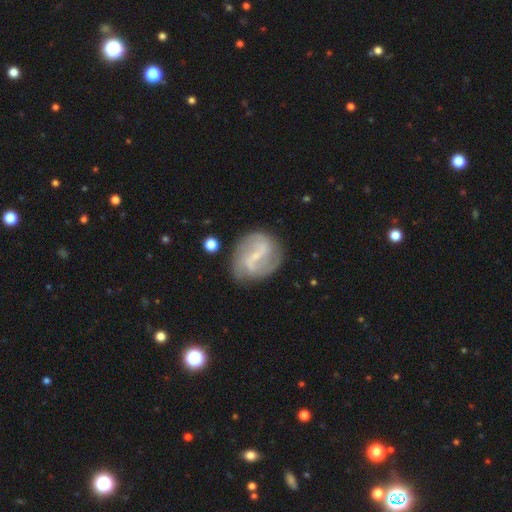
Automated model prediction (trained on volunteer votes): Q: Smooth or featured?
A: featured or disk (81%); runner-up: smooth (13%)
Q: Edge-on disk?
A: no (97%); runner-up: yes (3%)
Q: Bar?
A: weak (47%); runner-up: strong (38%)
Q: Spiral arms?
A: yes (92%); runner-up: no (8%)
Q: Spiral winding?
A: loose (42%); runner-up: medium (41%)
Q: Spiral arm count?
A: 2 (82%); runner-up: can't tell (9%)
Q: Bulge size?
A: small (68%); runner-up: none (16%)
Q: Merging?
A: none (75%); runner-up: minor disturbance (16%)